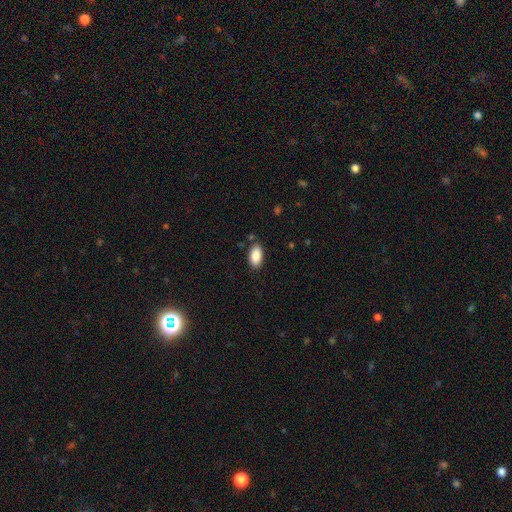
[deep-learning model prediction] This appears to be a smooth galaxy with no disk features (88%) that is in between round and cigar-shaped (94%). Merging: none (85%).